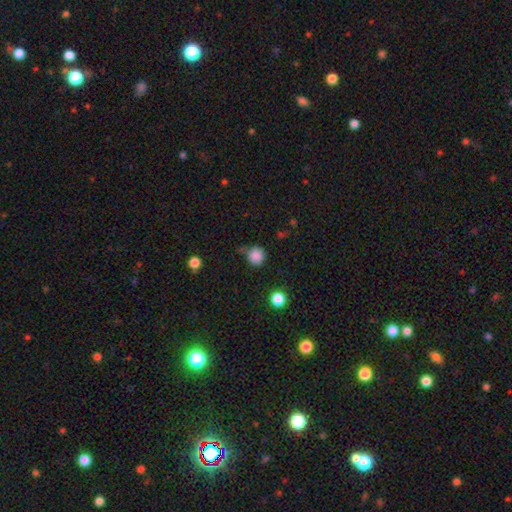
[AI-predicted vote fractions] Smooth or featured? smooth (85%)
How rounded? round (93%)
Merging? none (69%)